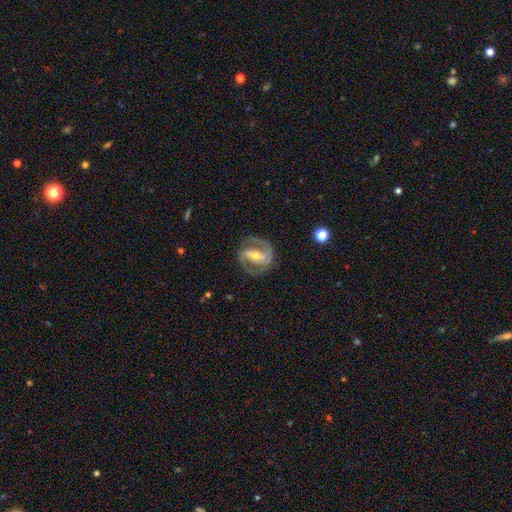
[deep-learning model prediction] The model was most divided on "bulge size": moderate: 49%, small: 47%, large: 2%, none: 1%, dominant: 1%. More confident: edge-on disk — no (97%); spiral arms — yes (96%); spiral arm count — 2 (92%); smooth or featured — featured or disk (90%); merging — none (83%); bar — strong (57%); spiral winding — medium (52%).